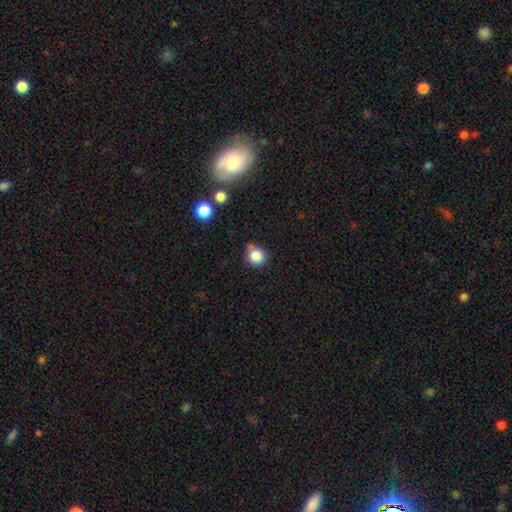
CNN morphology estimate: Smooth or featured?
  - smooth: 84% *
  - star or artifact: 11%
  - featured or disk: 5%
How rounded?
  - round: 86% *
  - in between: 13%
  - cigar-shaped: 1%
Merging?
  - none: 68% *
  - minor disturbance: 22%
  - merger: 6%
  - major disturbance: 4%